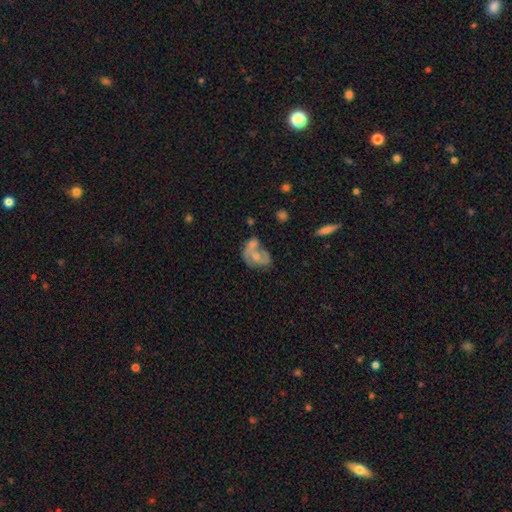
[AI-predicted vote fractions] Smooth or featured? featured or disk (51%)
Edge-on disk? no (97%)
Merging? merger (40%)